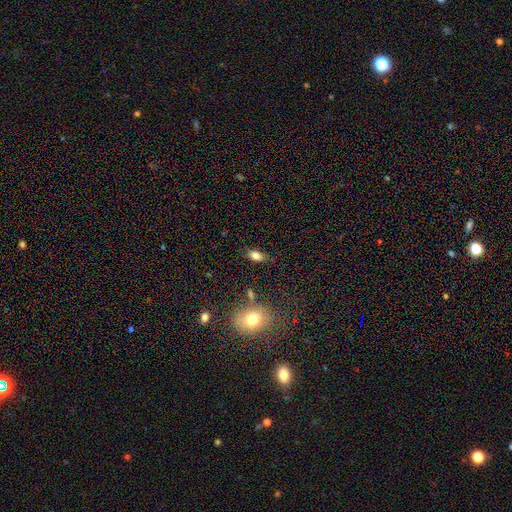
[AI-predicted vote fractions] Morphology: type=smooth (78%); roundness=in between (84%); merging=none (74%).